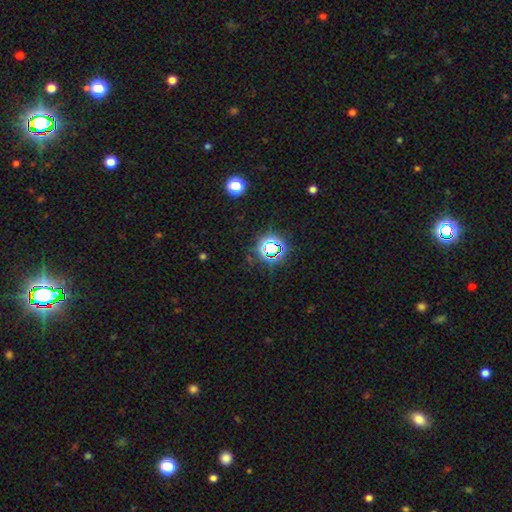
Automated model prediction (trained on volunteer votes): The model was most divided on "smooth or featured": star or artifact: 67%, smooth: 27%, featured or disk: 7%.